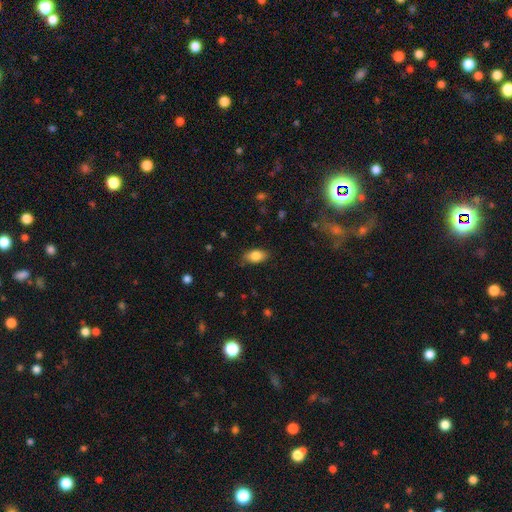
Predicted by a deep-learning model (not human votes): Smooth or featured?
  - smooth: 84% *
  - featured or disk: 9%
  - star or artifact: 8%
How rounded?
  - in between: 90% *
  - round: 7%
  - cigar-shaped: 3%
Merging?
  - none: 83% *
  - minor disturbance: 13%
  - major disturbance: 3%
  - merger: 1%